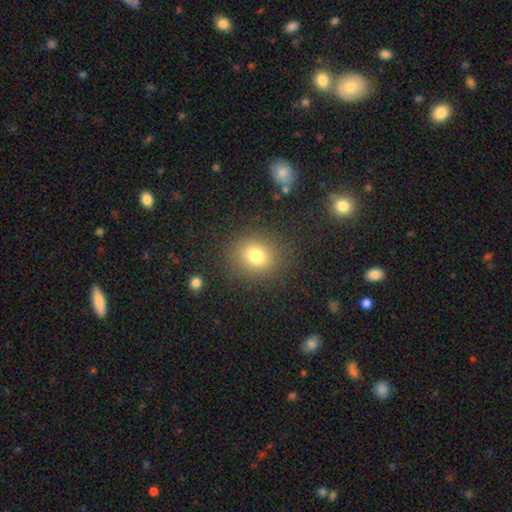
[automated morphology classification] This is likely a smooth galaxy (78%). How rounded: likely round (72%). Merging: clearly none (86%).